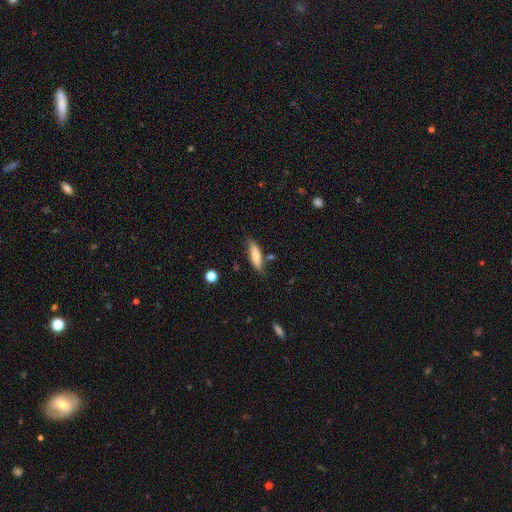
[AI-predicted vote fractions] smooth_or_featured: smooth (p=0.71) [alt: featured or disk p=0.22]
how_rounded: cigar-shaped (p=0.59) [alt: in between p=0.39]
merging: none (p=0.73) [alt: minor disturbance p=0.18]